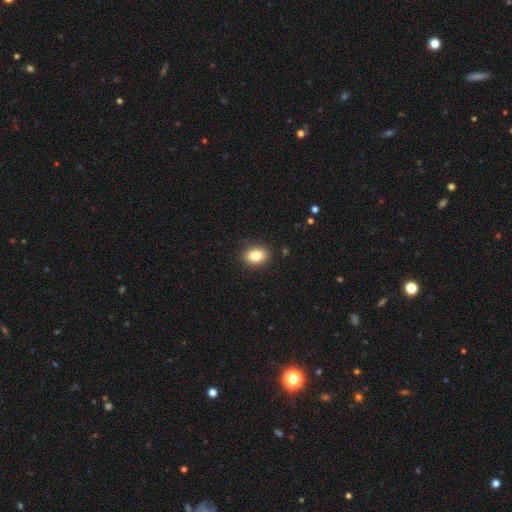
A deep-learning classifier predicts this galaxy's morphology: smooth 83%, star or artifact 9%, featured or disk 8%. Down the decision tree: how rounded — in between (67%); merging — none (89%).